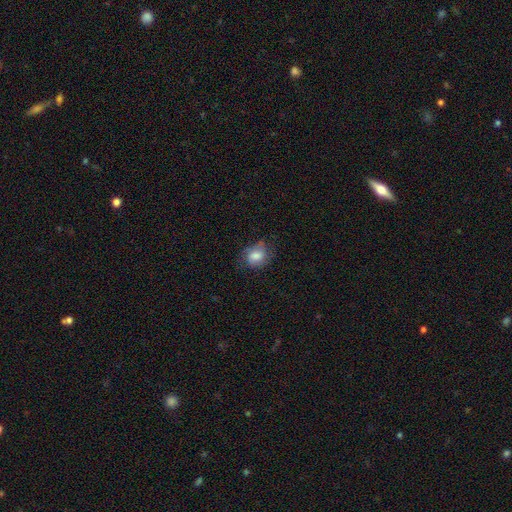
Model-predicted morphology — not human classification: smooth-or-featured: smooth: 72% | featured or disk: 19% | star or artifact: 9%
  how-rounded: in between: 54% | round: 44% | cigar-shaped: 1%
  merging: none: 59% | minor disturbance: 27% | major disturbance: 13% | merger: 1%